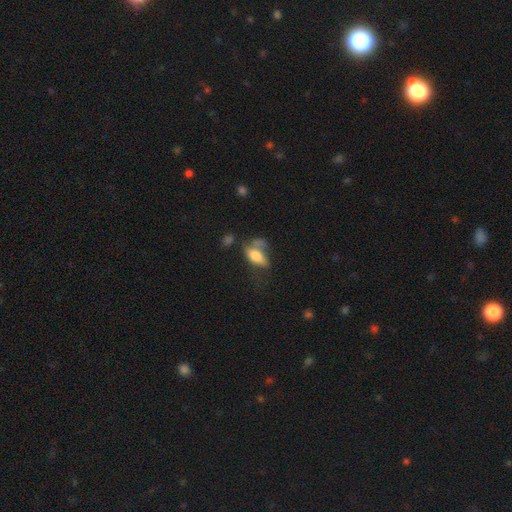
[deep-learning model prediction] smooth 68%, featured or disk 23%, star or artifact 9%. Down the decision tree: how rounded — in between (83%); merging — none (32%).